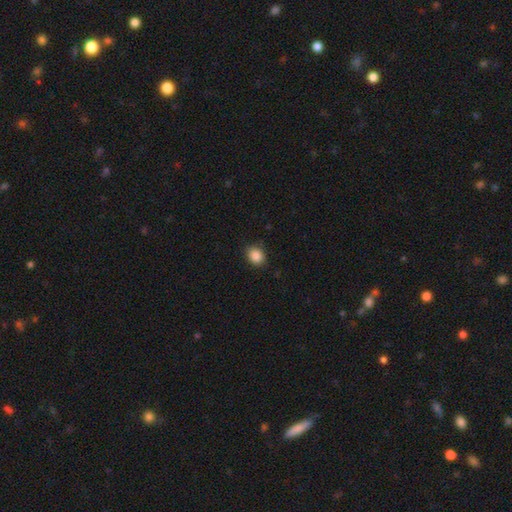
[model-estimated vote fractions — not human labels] Smooth or featured? Predicted: smooth (p=0.88). How rounded? Predicted: round (p=0.53). Merging? Predicted: none (p=0.86).